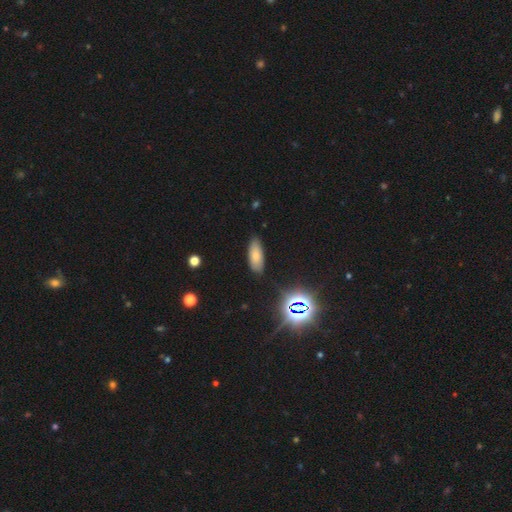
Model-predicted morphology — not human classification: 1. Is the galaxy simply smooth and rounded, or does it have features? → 75% smooth, 13% star or artifact, 12% featured or disk.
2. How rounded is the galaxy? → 80% in between, 18% cigar-shaped, 2% round.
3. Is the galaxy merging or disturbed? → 83% none, 13% minor disturbance, 3% major disturbance, 2% merger.